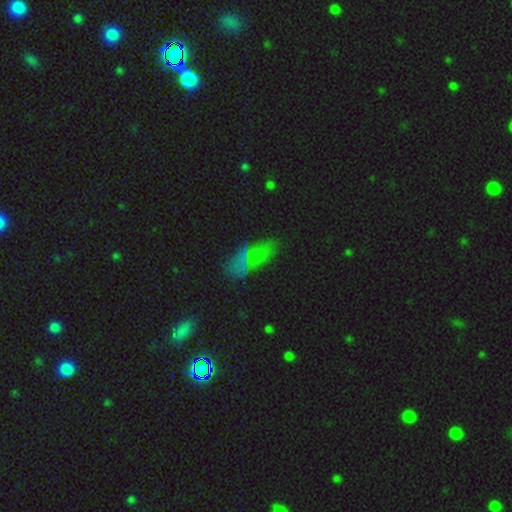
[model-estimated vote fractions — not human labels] The model was most divided on "smooth or featured": smooth: 52%, star or artifact: 34%, featured or disk: 14%. More confident: how rounded — in between (78%); merging — none (68%).